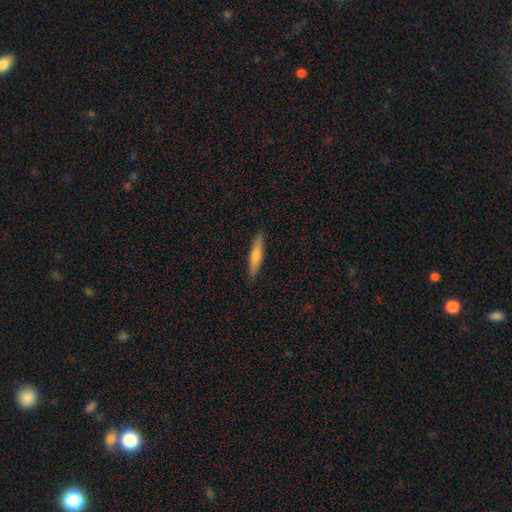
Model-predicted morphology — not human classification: The model was most divided on "smooth or featured": smooth: 62%, featured or disk: 32%, star or artifact: 6%. More confident: merging — none (90%); how rounded — cigar-shaped (89%).